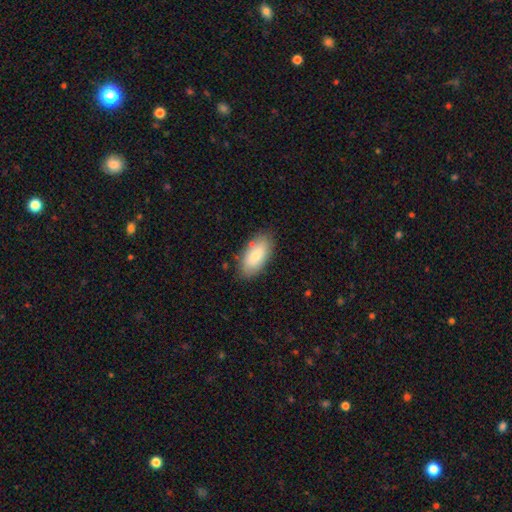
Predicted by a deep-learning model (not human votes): A smooth galaxy with no disk features (77%) that is in between round and cigar-shaped (92%). Merging: none (81%).